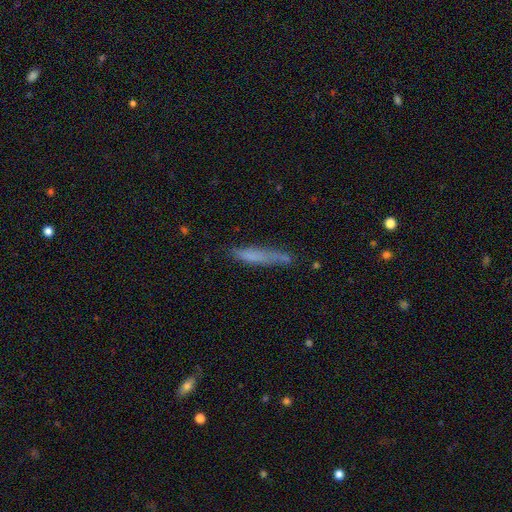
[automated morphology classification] A smooth galaxy with no disk features (66%) that is cigar-shaped (91%). Merging: none (66%).